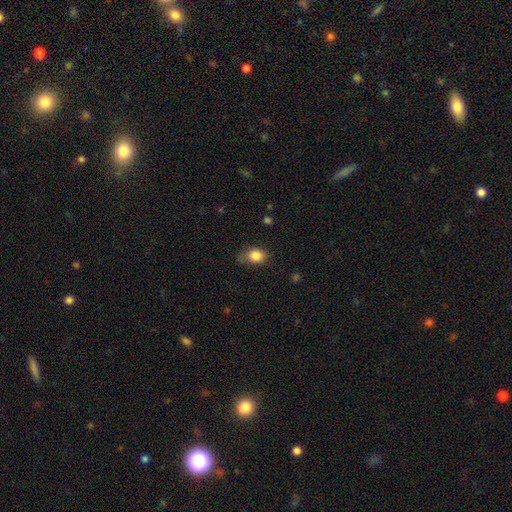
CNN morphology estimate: smooth 84%, star or artifact 9%, featured or disk 7%. Down the decision tree: how rounded — in between (54%); merging — none (58%).